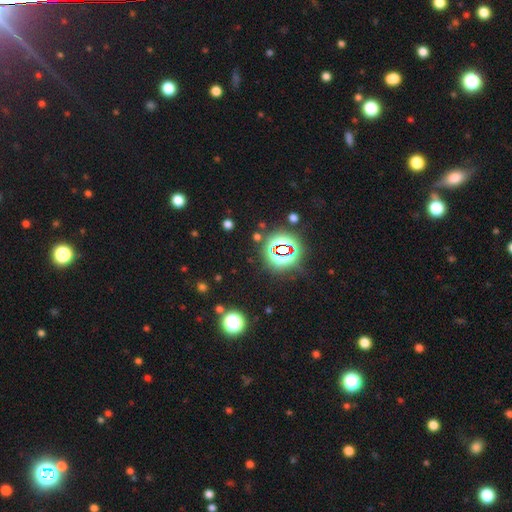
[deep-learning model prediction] A star or artifact, not a galaxy (83%).

Vote fractions:
- Smooth or featured? star or artifact: 83% / smooth: 10% / featured or disk: 6%